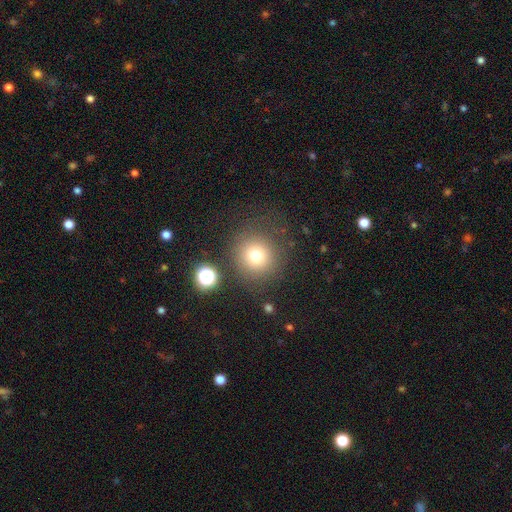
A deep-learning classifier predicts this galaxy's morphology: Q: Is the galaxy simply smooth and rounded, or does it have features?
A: smooth — 75%.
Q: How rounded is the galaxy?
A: round — 95%.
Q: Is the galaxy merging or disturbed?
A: none — 83%.